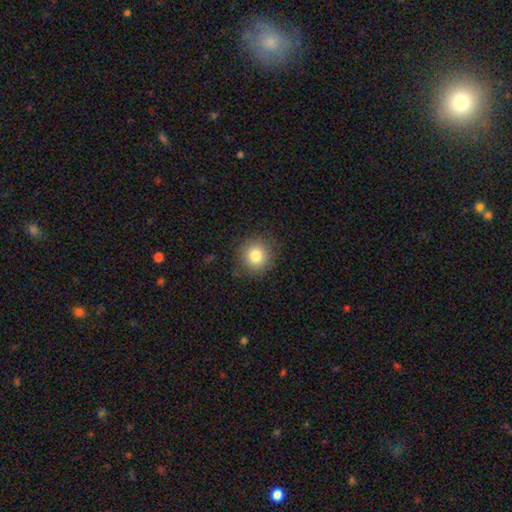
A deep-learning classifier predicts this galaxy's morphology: This is clearly a smooth galaxy (81%). How rounded: clearly round (92%). Merging: clearly none (87%).